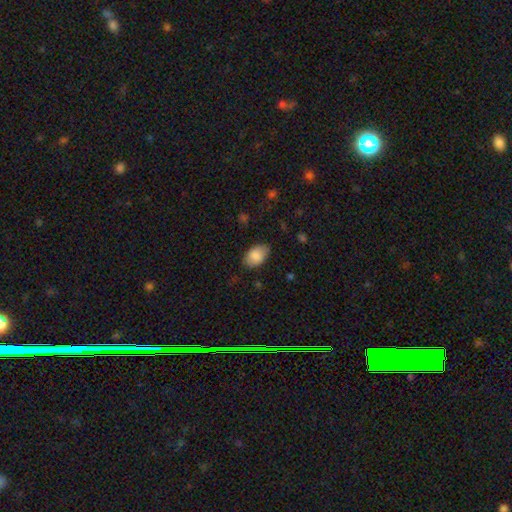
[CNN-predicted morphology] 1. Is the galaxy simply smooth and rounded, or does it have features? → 86% smooth, 8% featured or disk, 7% star or artifact.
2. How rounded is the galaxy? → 90% in between, 9% round, 1% cigar-shaped.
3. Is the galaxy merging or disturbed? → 79% none, 17% minor disturbance, 4% major disturbance, 1% merger.